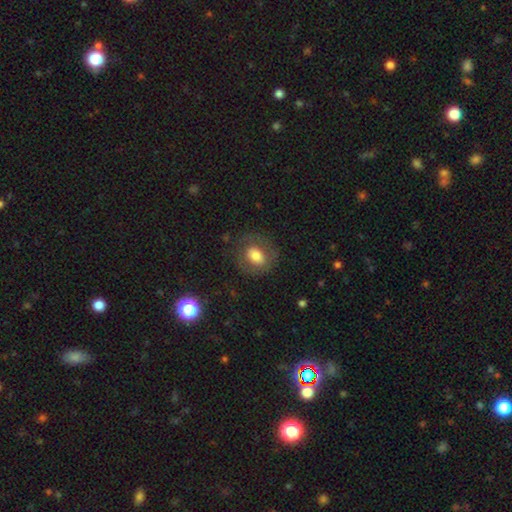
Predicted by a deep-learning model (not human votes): This appears to be a smooth galaxy with no disk features (68%) that is in between round and cigar-shaped (52%). Merging: none (74%).